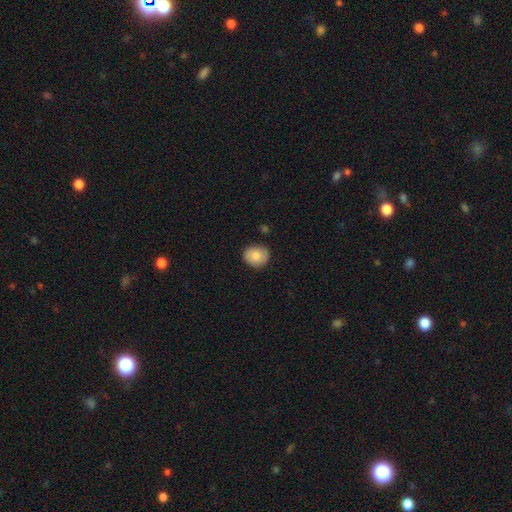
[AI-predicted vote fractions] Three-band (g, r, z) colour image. It shows a smooth galaxy with no disk features (83%) that is round (77%). Merging: none (82%).